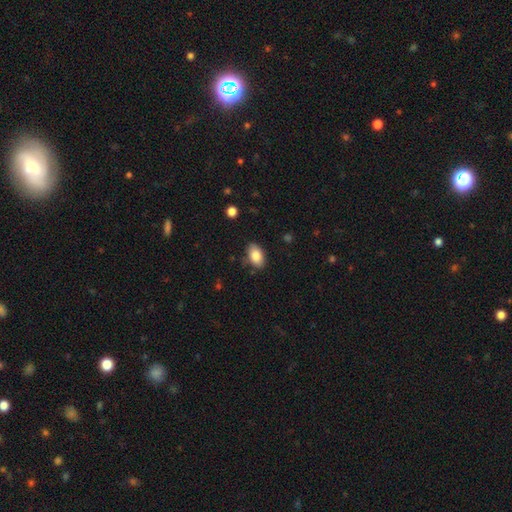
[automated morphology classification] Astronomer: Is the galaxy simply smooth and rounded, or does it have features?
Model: smooth — 84%.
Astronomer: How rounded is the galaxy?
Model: in between — 92%.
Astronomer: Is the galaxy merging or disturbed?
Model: none — 81%.